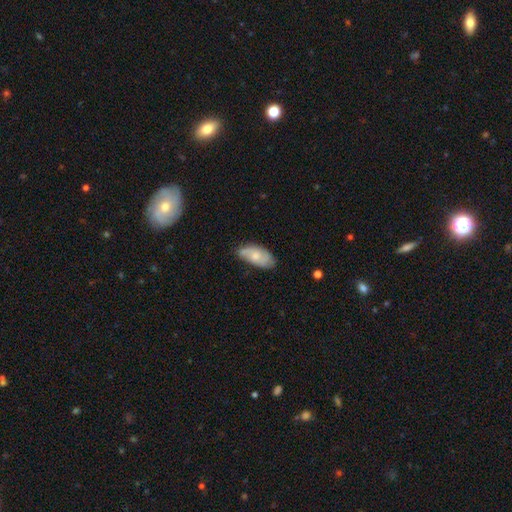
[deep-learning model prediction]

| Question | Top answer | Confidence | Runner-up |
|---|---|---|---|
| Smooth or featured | smooth | 54% | featured or disk (40%) |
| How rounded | in between | 90% | cigar-shaped (7%) |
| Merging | none | 67% | minor disturbance (26%) |